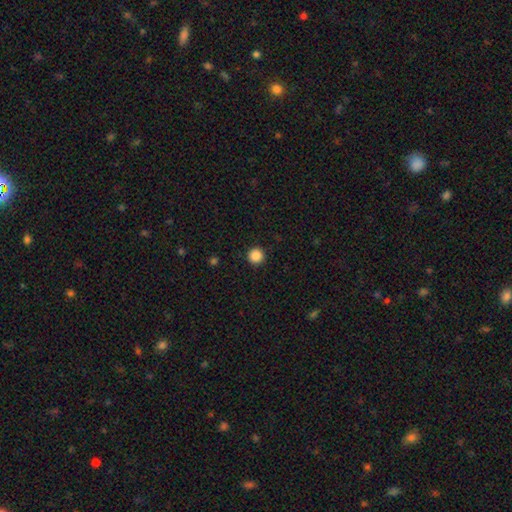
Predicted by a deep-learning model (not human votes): This appears to be a smooth galaxy with no disk features (87%) that is round (96%). Merging: none (93%).